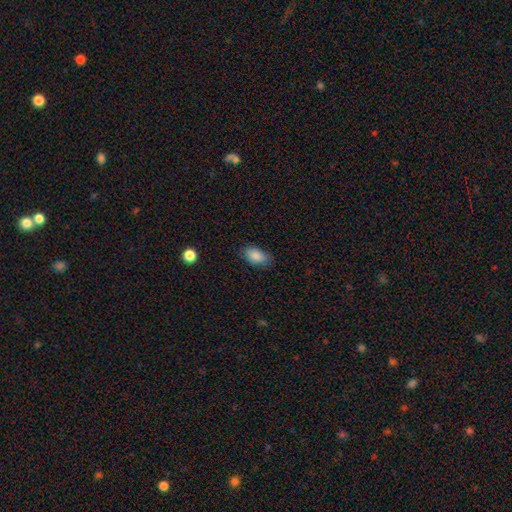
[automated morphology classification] This is clearly a smooth galaxy (87%). How rounded: clearly in between (90%). Merging: likely none (76%).